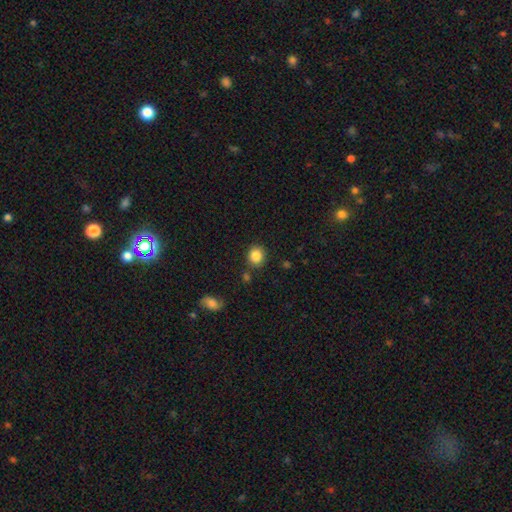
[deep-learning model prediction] This is clearly a smooth galaxy (86%). How rounded: likely round (77%). Merging: clearly none (83%).